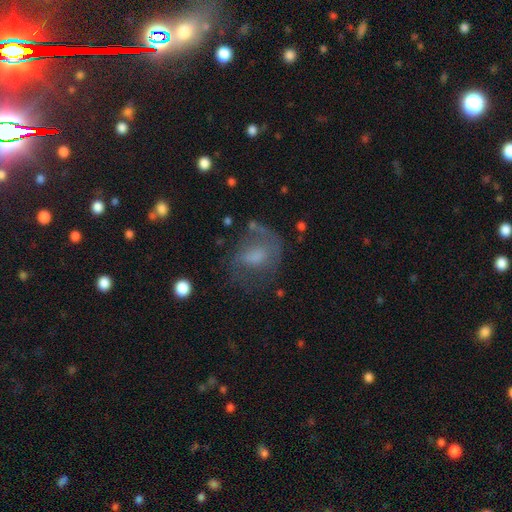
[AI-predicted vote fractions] Overall: featured or disk (52%; smooth 32%). Edge-on disk: no (96%). Bar: no (49%; weak 40%). Spiral arms: yes (70%). Bulge size: moderate (38%; small 23%). Merging: none (56%; minor disturbance 21%).